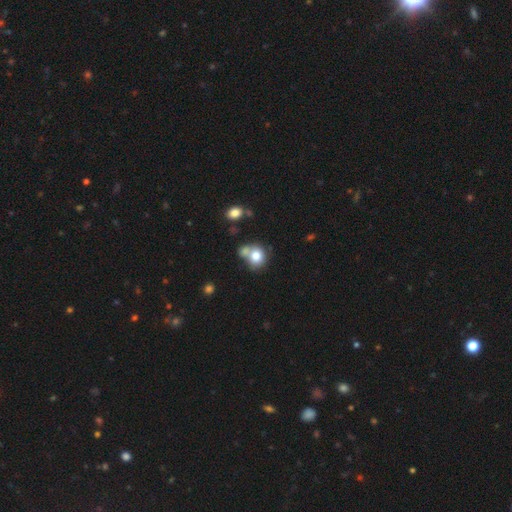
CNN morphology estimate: smooth_or_featured: smooth (p=0.78) [alt: featured or disk p=0.12]
how_rounded: round (p=0.71) [alt: in between p=0.28]
merging: none (p=0.43) [alt: merger p=0.38]